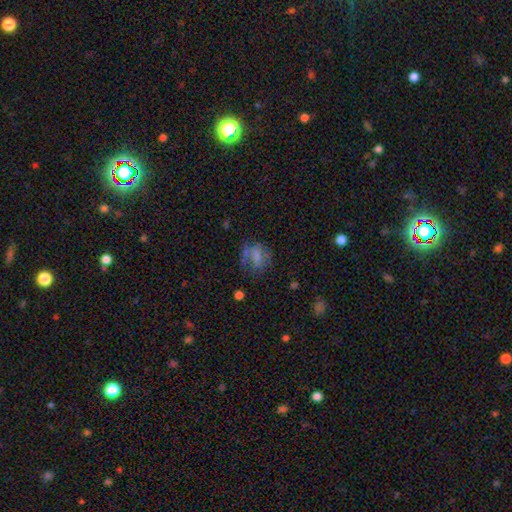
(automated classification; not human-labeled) The model was most divided on "merging": none: 43%, major disturbance: 24%, minor disturbance: 24%, merger: 9%. More confident: how rounded — in between (59%); smooth or featured — smooth (57%).